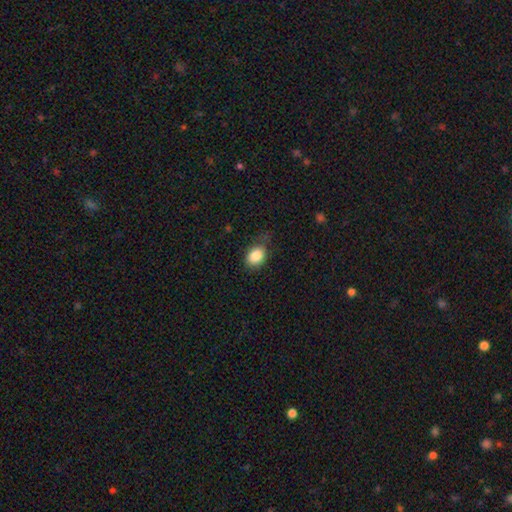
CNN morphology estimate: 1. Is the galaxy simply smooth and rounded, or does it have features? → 86% smooth, 8% star or artifact, 6% featured or disk.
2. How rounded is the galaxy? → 73% in between, 26% round, 1% cigar-shaped.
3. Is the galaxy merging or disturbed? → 68% none, 24% minor disturbance, 7% major disturbance, 2% merger.